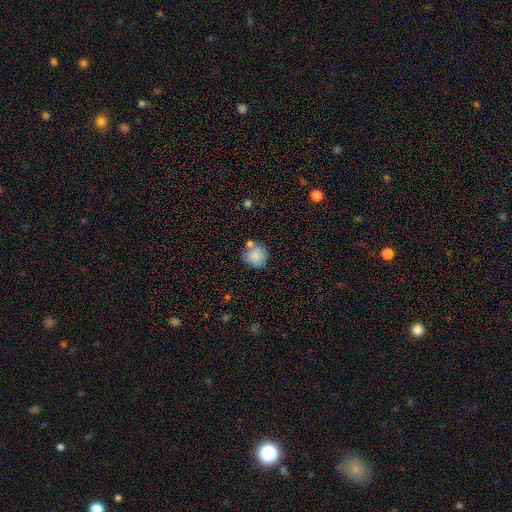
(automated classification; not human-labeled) Smooth or featured?
  - smooth: 85% *
  - star or artifact: 8%
  - featured or disk: 7%
How rounded?
  - round: 89% *
  - in between: 10%
  - cigar-shaped: 1%
Merging?
  - none: 66% *
  - minor disturbance: 15%
  - merger: 14%
  - major disturbance: 5%